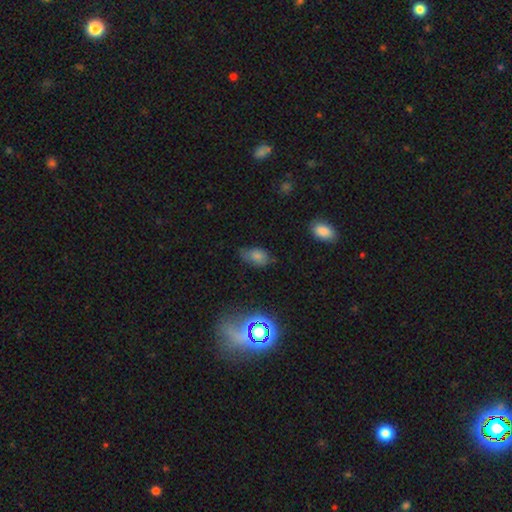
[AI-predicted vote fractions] The model was most divided on "merging": none: 56%, minor disturbance: 32%, major disturbance: 9%, merger: 2%. More confident: how rounded — in between (87%); smooth or featured — smooth (69%).